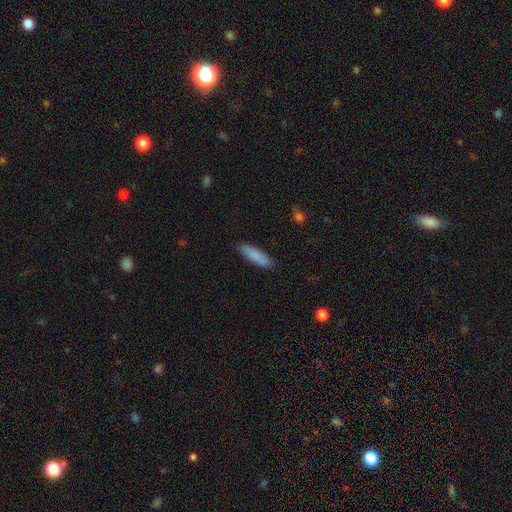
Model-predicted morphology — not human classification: smooth_or_featured: smooth (p=0.86) [alt: featured or disk p=0.09]
how_rounded: cigar-shaped (p=0.64) [alt: in between p=0.34]
merging: none (p=0.86) [alt: minor disturbance p=0.11]